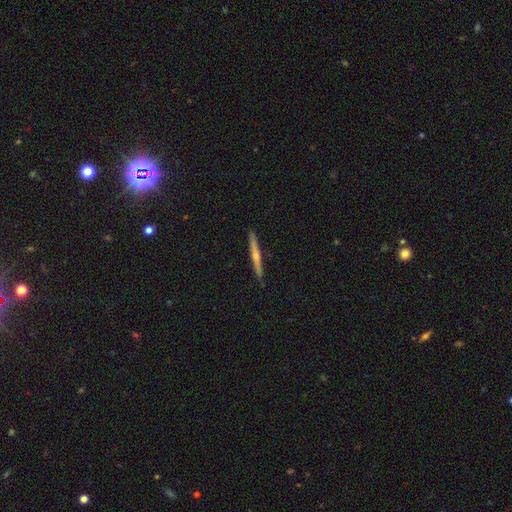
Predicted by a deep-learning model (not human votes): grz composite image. It shows a featured or disk galaxy (68%) viewed edge-on (97%) with a rounded central bulge (73%). Merging: none (91%).